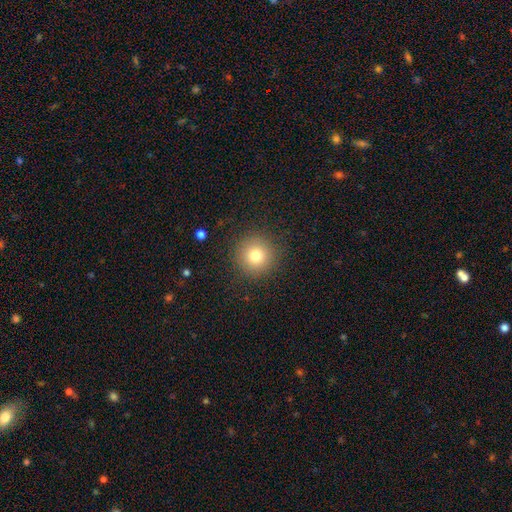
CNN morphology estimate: This is likely a smooth galaxy (78%). How rounded: clearly round (95%). Merging: clearly none (90%).